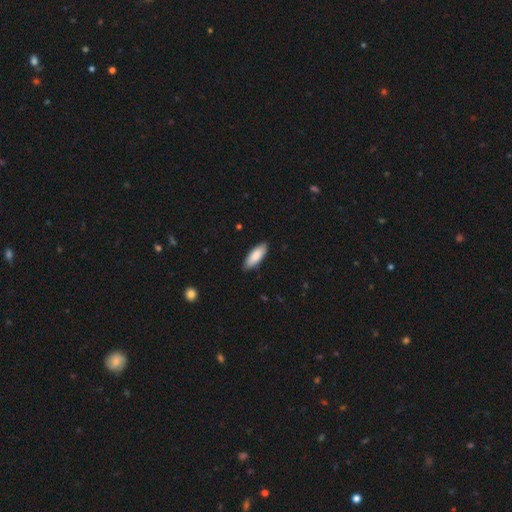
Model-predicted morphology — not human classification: Q: Smooth or featured?
A: smooth (87%); runner-up: featured or disk (8%)
Q: How rounded?
A: in between (72%); runner-up: cigar-shaped (27%)
Q: Merging?
A: none (88%); runner-up: minor disturbance (9%)